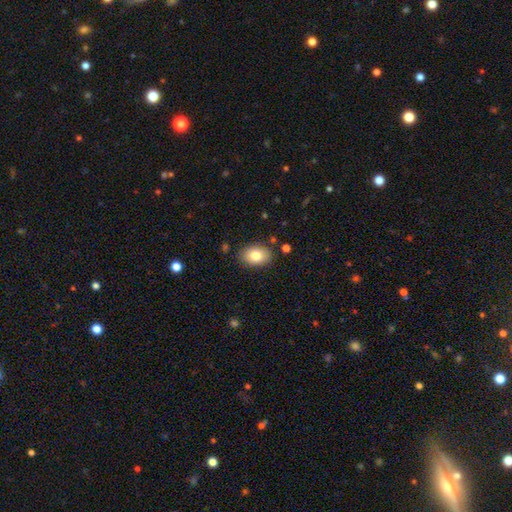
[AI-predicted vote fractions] Smooth or featured?
  - smooth: 79% *
  - featured or disk: 13%
  - star or artifact: 8%
How rounded?
  - in between: 82% *
  - round: 17%
  - cigar-shaped: 1%
Merging?
  - none: 85% *
  - minor disturbance: 11%
  - major disturbance: 3%
  - merger: 2%